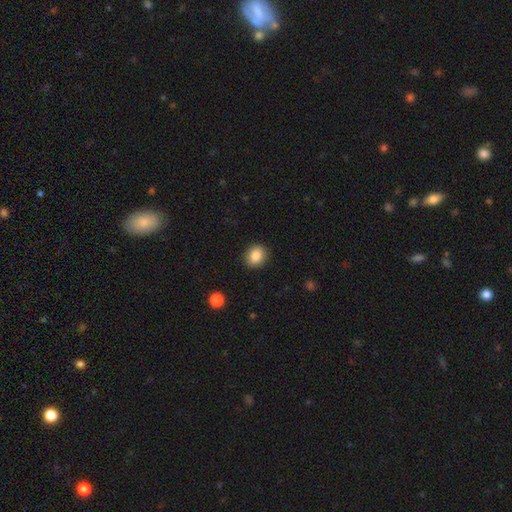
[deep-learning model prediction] Overall: smooth (86%). How rounded: round (65%; in between 34%). Merging: none (90%).